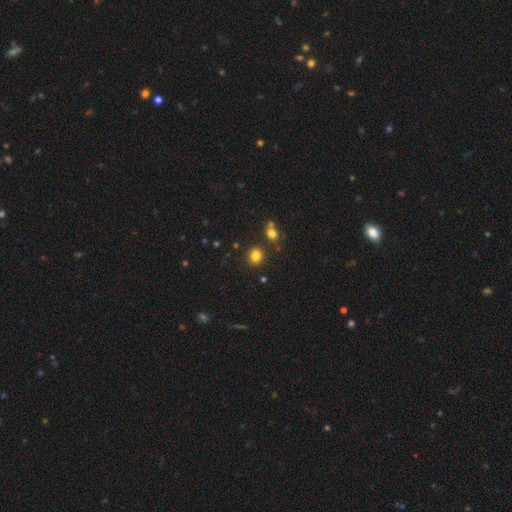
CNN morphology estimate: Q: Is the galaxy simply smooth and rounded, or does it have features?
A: smooth — 81%.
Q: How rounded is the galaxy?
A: round — 77%.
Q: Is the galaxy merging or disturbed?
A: none — 84%.